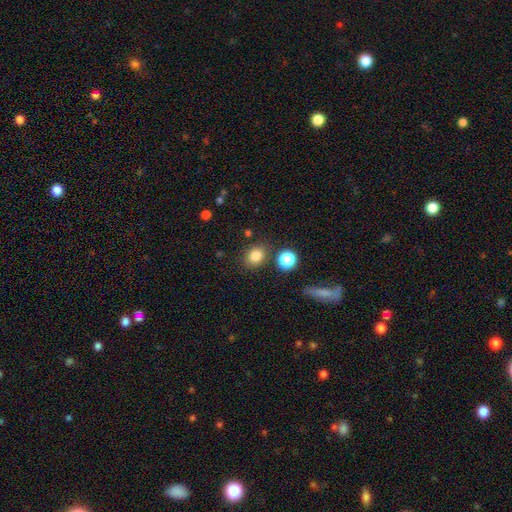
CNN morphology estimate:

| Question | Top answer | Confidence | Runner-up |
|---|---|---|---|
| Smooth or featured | smooth | 82% | star or artifact (13%) |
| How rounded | round | 60% | in between (39%) |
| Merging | none | 81% | minor disturbance (10%) |